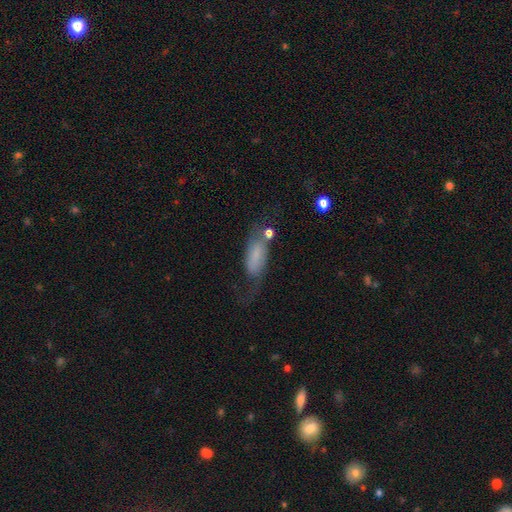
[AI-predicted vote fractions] Smooth or featured?
  - smooth: 52% *
  - featured or disk: 38%
  - star or artifact: 10%
How rounded?
  - in between: 75% *
  - cigar-shaped: 21%
  - round: 5%
Merging?
  - none: 40% *
  - major disturbance: 27%
  - minor disturbance: 24%
  - merger: 9%